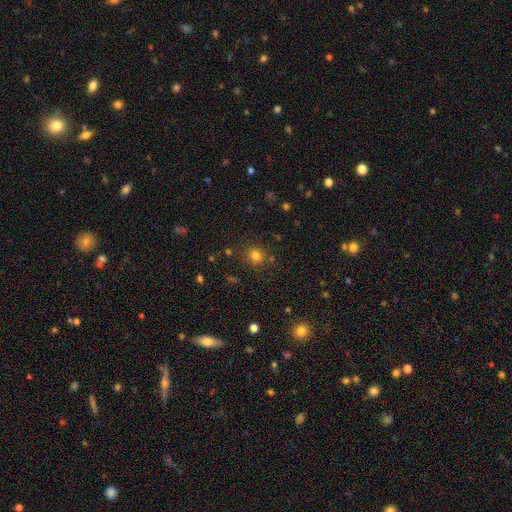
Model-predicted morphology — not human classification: Smooth or featured: smooth — 78% (star or artifact — 16%)
How rounded: round — 89% (in between — 10%)
Merging: none — 85% (minor disturbance — 9%)